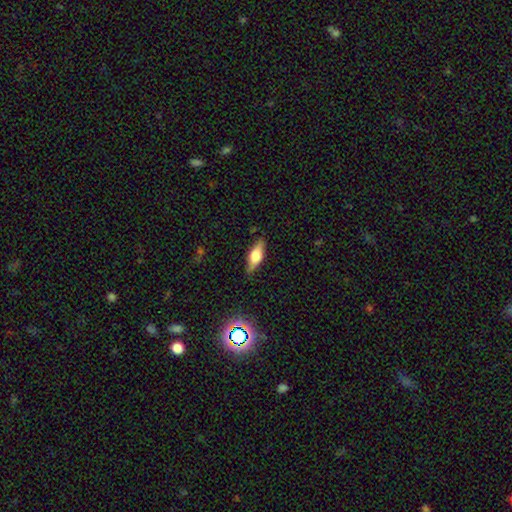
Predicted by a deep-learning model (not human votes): This is possibly a smooth galaxy (47%). Merging: clearly none (85%).